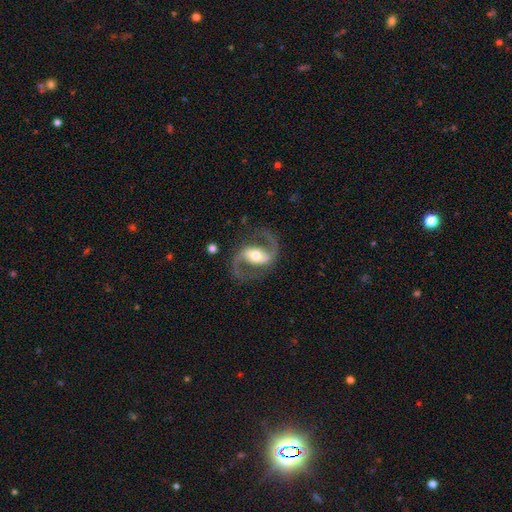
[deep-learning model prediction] A featured or disk galaxy (92%) with a strong bar (39%), 2 (94%) medium (53%) spiral arms (98%) and a moderate central bulge (66%). Merging: none (83%).